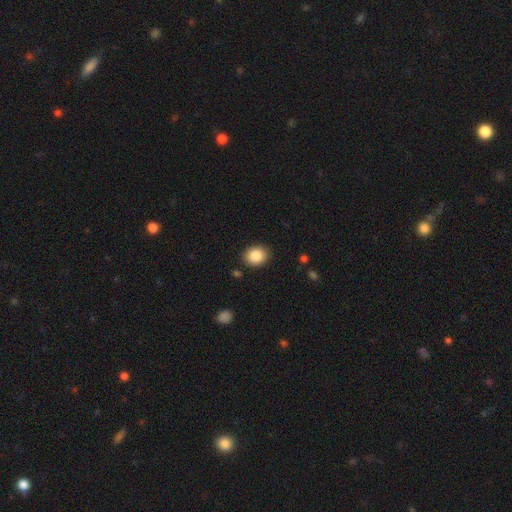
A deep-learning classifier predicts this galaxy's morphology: smooth_or_featured: smooth (p=0.87) [alt: star or artifact p=0.08]
how_rounded: round (p=0.59) [alt: in between p=0.40]
merging: none (p=0.87) [alt: minor disturbance p=0.09]